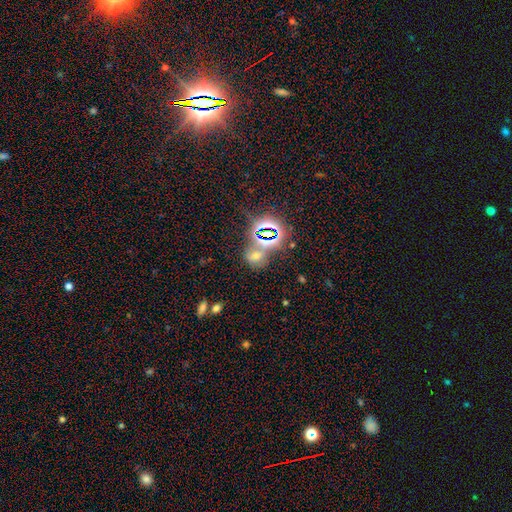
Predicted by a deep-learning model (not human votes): smooth-or-featured: star or artifact: 57% | smooth: 30% | featured or disk: 13%